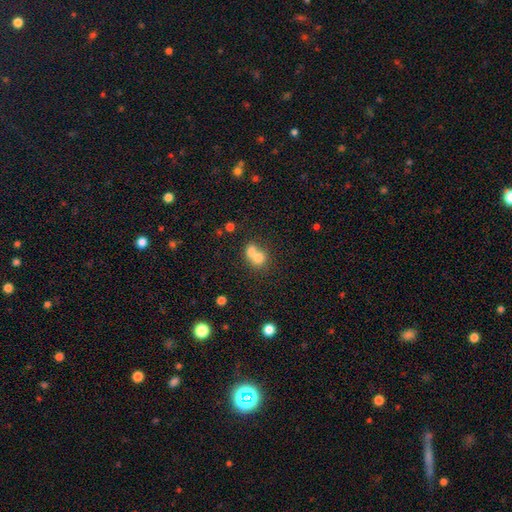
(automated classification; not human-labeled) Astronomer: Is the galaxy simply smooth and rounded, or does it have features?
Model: smooth — 72%.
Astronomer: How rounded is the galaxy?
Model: round — 67%.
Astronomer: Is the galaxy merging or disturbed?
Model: merger — 68%.